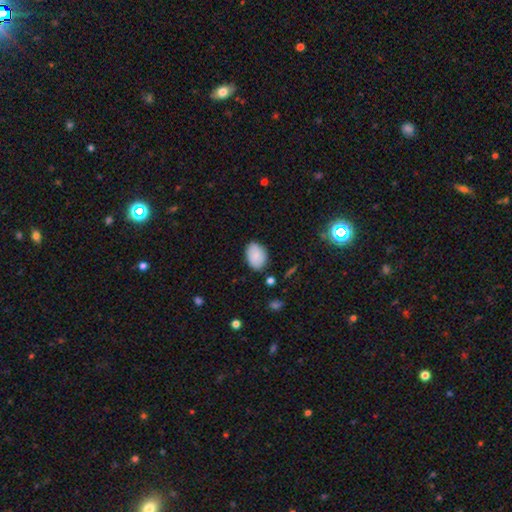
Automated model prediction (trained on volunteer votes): The model was most divided on "merging": none: 81%, minor disturbance: 15%, major disturbance: 3%, merger: 2%. More confident: how rounded — in between (85%); smooth or featured — smooth (85%).